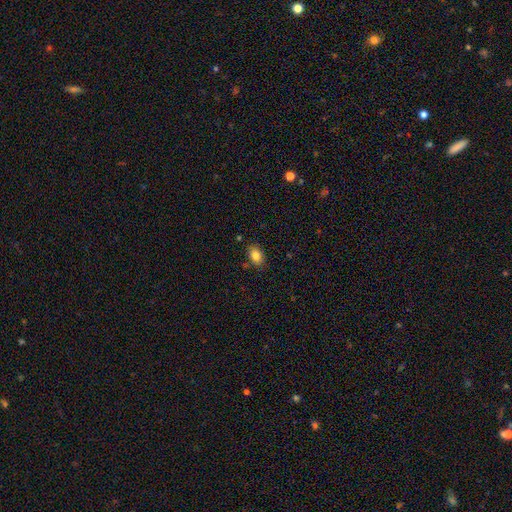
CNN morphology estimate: Smooth or featured?
  - smooth: 82% *
  - star or artifact: 9%
  - featured or disk: 9%
How rounded?
  - in between: 83% *
  - round: 15%
  - cigar-shaped: 2%
Merging?
  - none: 83% *
  - minor disturbance: 12%
  - merger: 3%
  - major disturbance: 3%